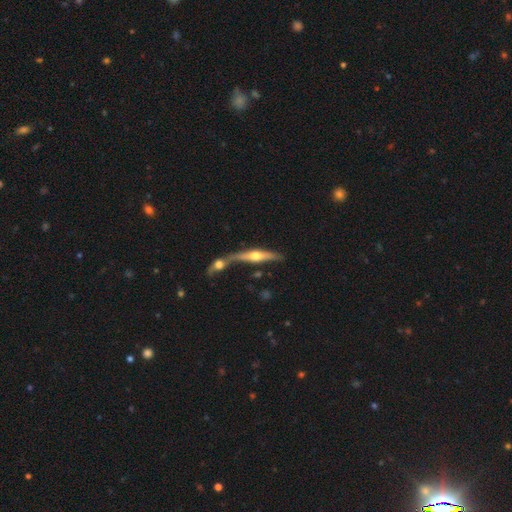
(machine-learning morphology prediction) The model was most divided on "merging": merger: 47%, none: 39%, minor disturbance: 10%, major disturbance: 5%. More confident: edge-on bulge — rounded (93%); edge-on disk — yes (90%); smooth or featured — featured or disk (66%).